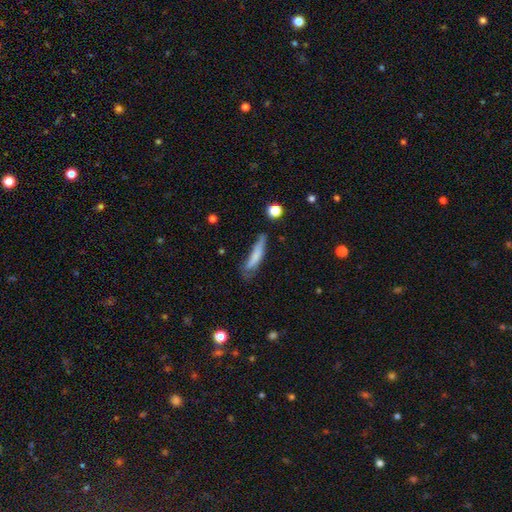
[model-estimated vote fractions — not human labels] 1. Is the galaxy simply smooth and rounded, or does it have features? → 71% smooth, 22% featured or disk, 7% star or artifact.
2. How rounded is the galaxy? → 84% cigar-shaped, 14% in between, 2% round.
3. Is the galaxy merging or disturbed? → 49% none, 32% minor disturbance, 14% major disturbance, 4% merger.